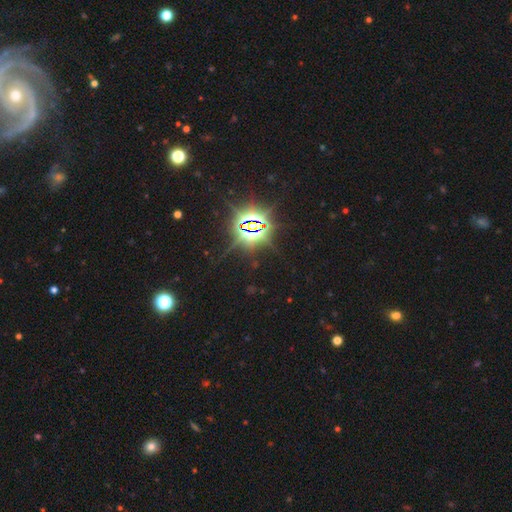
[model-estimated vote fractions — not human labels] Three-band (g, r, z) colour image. It shows a star or artifact, not a galaxy (62%).